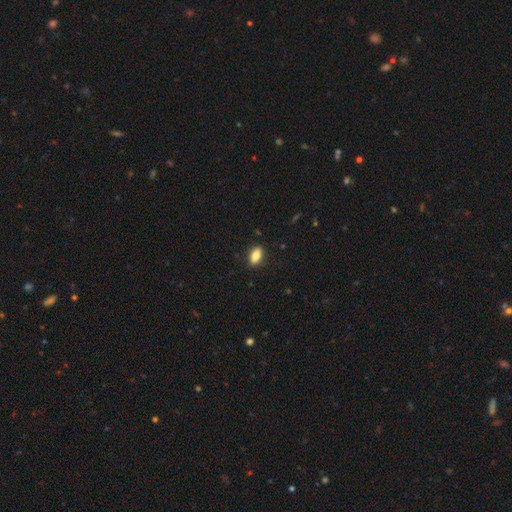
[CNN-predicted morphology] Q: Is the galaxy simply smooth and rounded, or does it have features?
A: smooth — 84%.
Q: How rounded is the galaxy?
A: in between — 89%.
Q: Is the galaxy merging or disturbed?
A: none — 88%.